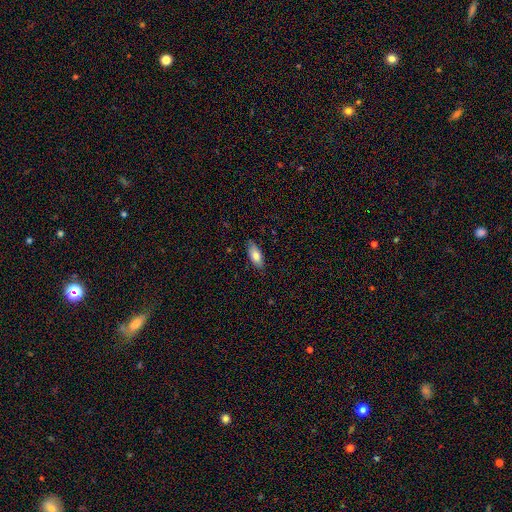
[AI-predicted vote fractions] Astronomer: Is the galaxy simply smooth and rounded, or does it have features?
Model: smooth — 78%.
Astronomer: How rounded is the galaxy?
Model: in between — 81%.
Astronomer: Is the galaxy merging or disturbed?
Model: none — 81%.